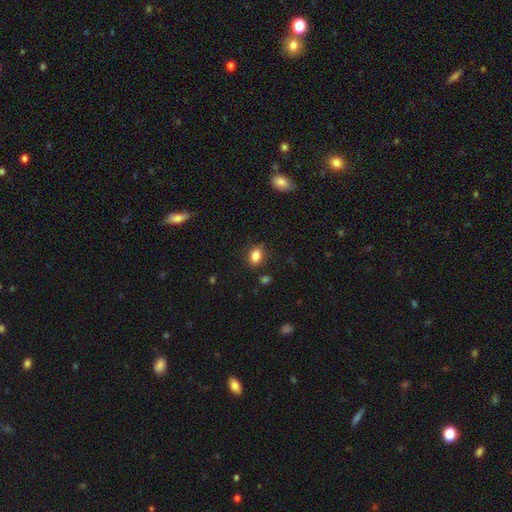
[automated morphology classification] A smooth galaxy with no disk features (84%) that is in between round and cigar-shaped (75%).

Vote fractions:
- Smooth or featured? smooth: 84% / star or artifact: 10% / featured or disk: 6%
- How rounded? in between: 75% / round: 23% / cigar-shaped: 2%
- Merging? none: 80% / minor disturbance: 14% / major disturbance: 3% / merger: 2%